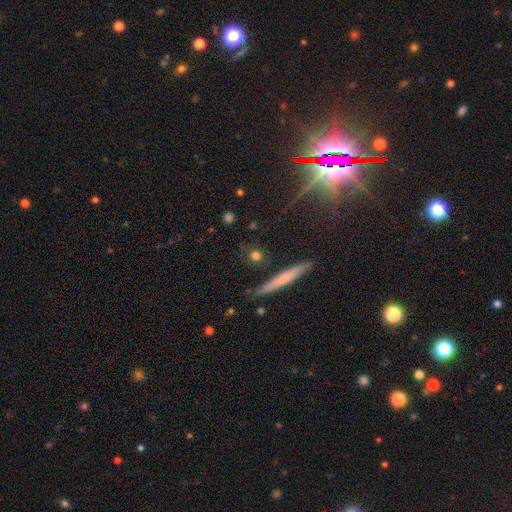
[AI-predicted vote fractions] Overall: smooth (70%). How rounded: round (68%). Merging: none (84%).